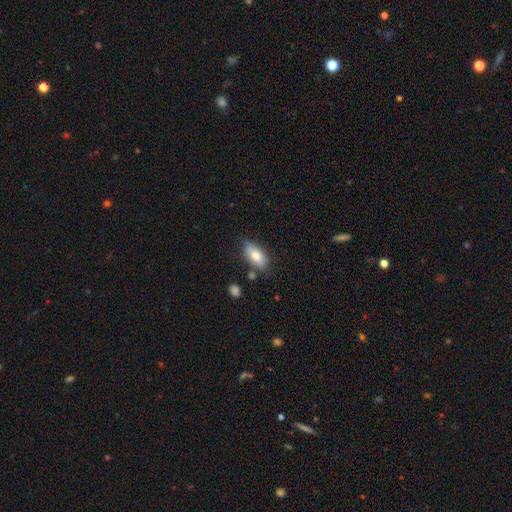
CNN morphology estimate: Smooth or featured?
  - smooth: 77% *
  - featured or disk: 15%
  - star or artifact: 7%
How rounded?
  - in between: 89% *
  - cigar-shaped: 7%
  - round: 4%
Merging?
  - none: 69% *
  - minor disturbance: 22%
  - merger: 5%
  - major disturbance: 4%